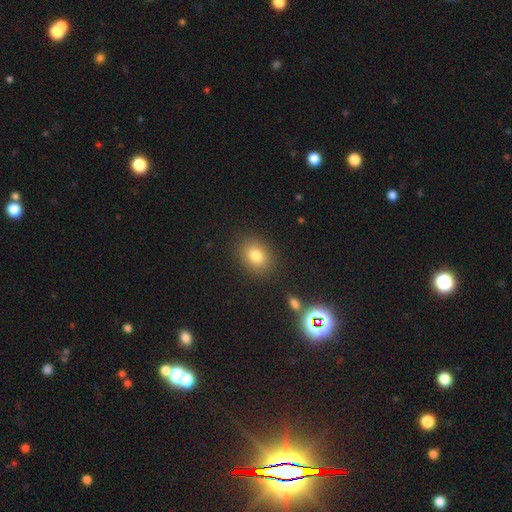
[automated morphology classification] This appears to be a smooth galaxy with no disk features (81%) that is round (50%). Merging: none (86%).